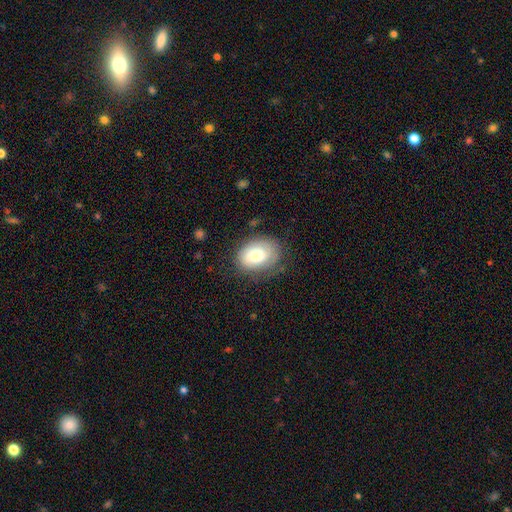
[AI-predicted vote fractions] Smooth or featured: smooth — 73% (featured or disk — 19%)
How rounded: in between — 80% (round — 19%)
Merging: none — 68% (minor disturbance — 22%)